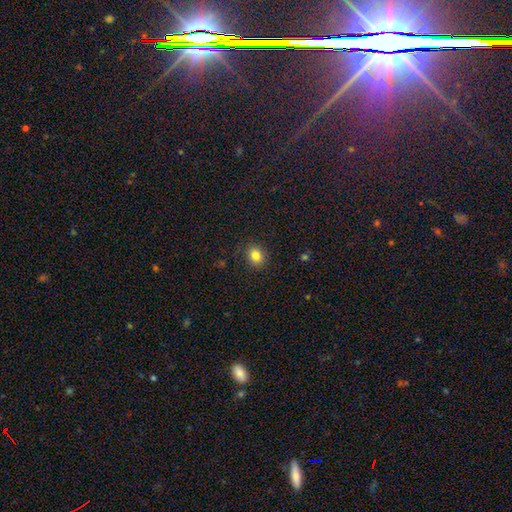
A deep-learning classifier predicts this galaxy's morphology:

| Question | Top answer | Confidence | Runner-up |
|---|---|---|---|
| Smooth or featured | smooth | 83% | star or artifact (11%) |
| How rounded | round | 66% | in between (33%) |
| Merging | none | 88% | minor disturbance (8%) |